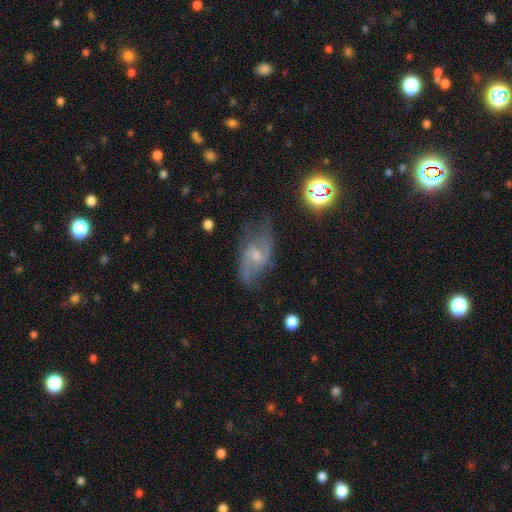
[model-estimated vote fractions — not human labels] Smooth or featured? featured or disk (76%)
Edge-on disk? no (95%)
Bar? weak (49%)
Spiral arms? yes (92%)
Spiral winding? medium (43%)
Spiral arm count? 2 (82%)
Bulge size? small (61%)
Merging? none (62%)